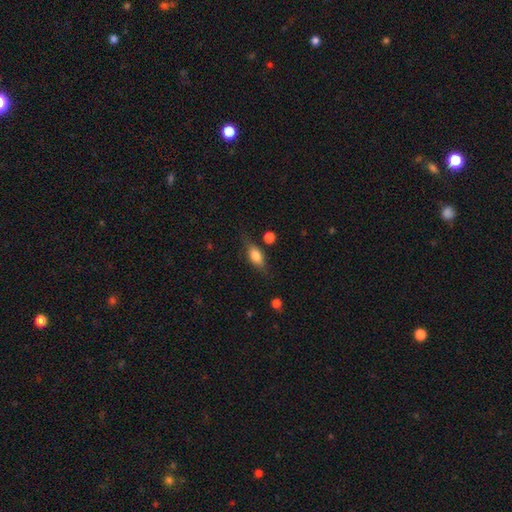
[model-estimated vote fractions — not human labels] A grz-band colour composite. It shows a smooth galaxy with no disk features (71%) that is in between round and cigar-shaped (78%). Merging: none (71%).